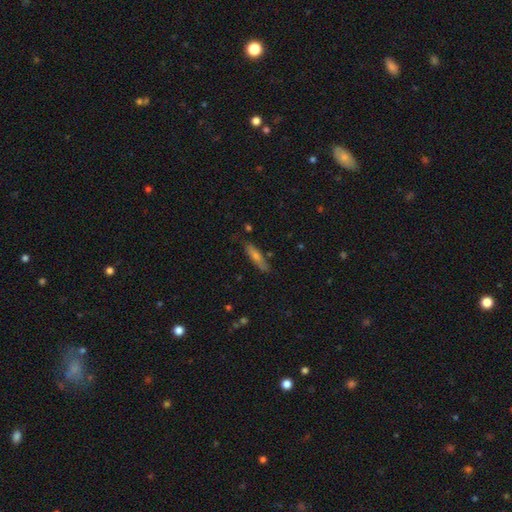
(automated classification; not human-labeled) Morphology: type=smooth (54%); roundness=cigar-shaped (84%); merging=none (79%).